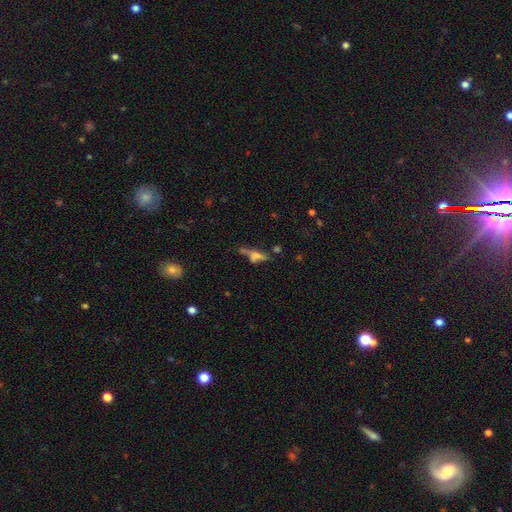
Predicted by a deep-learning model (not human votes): Smooth or featured: smooth — 43% (featured or disk — 42%)
Merging: none — 42% (merger — 24%)